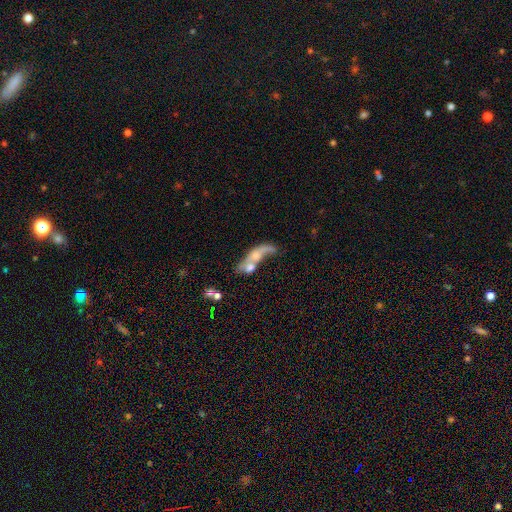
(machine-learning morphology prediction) The model was most divided on "smooth or featured": featured or disk: 48%, smooth: 41%, star or artifact: 10%. More confident: merging — merger (60%).